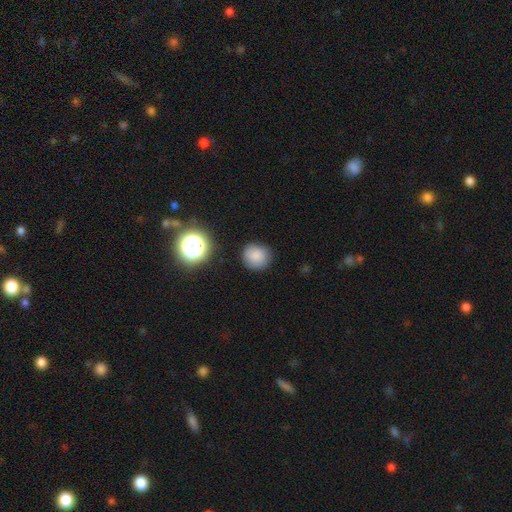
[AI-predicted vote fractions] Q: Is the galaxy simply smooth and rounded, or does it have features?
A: smooth — 83%.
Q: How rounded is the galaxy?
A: round — 88%.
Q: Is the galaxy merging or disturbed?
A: none — 84%.